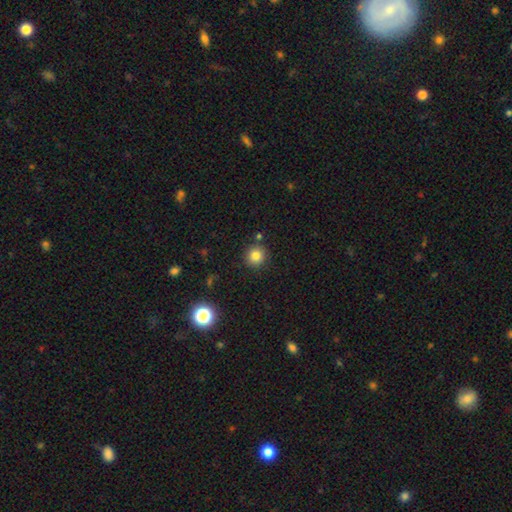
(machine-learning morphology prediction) smooth_or_featured: smooth (p=0.81) [alt: star or artifact p=0.12]
how_rounded: round (p=0.93) [alt: in between p=0.06]
merging: none (p=0.86) [alt: minor disturbance p=0.07]